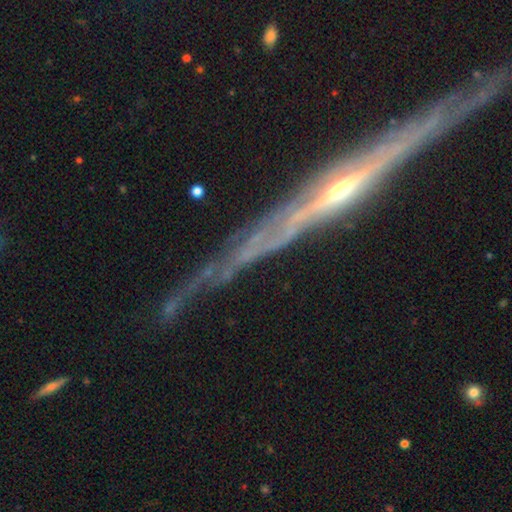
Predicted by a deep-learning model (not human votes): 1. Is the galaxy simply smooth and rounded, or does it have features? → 79% featured or disk, 11% smooth, 9% star or artifact.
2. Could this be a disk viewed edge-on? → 78% yes, 22% no.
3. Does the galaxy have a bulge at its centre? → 55% rounded, 32% none, 13% boxy.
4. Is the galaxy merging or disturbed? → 55% none, 20% minor disturbance, 20% major disturbance, 5% merger.